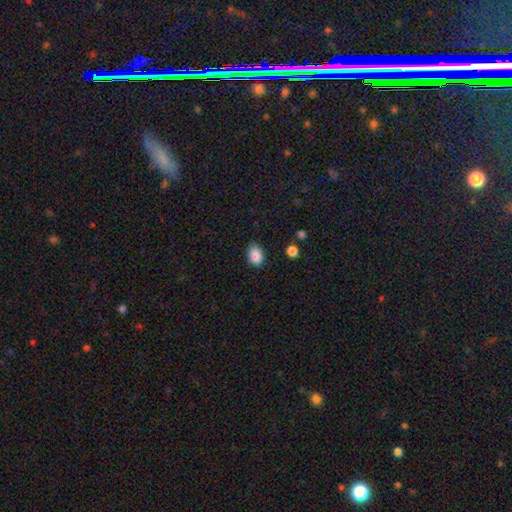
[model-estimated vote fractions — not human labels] The model was most divided on "how rounded": in between: 79%, round: 20%, cigar-shaped: 1%. More confident: smooth or featured — smooth (88%); merging — none (78%).